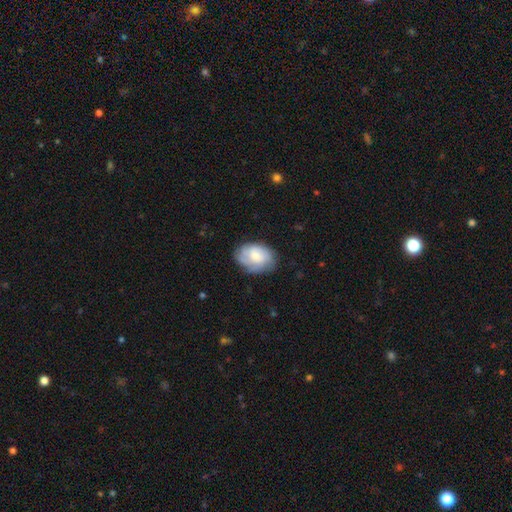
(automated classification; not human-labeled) The model was most divided on "smooth or featured": smooth: 61%, featured or disk: 32%, star or artifact: 7%. More confident: how rounded — in between (80%); merging — none (65%).